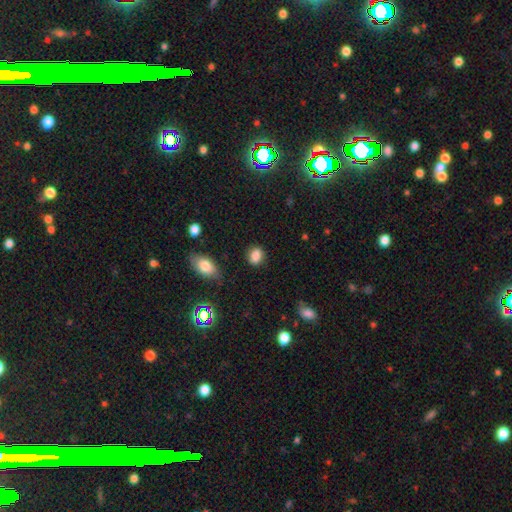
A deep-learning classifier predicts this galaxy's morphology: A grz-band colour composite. It shows a smooth galaxy with no disk features (85%) that is in between round and cigar-shaped (57%). Merging: none (83%).